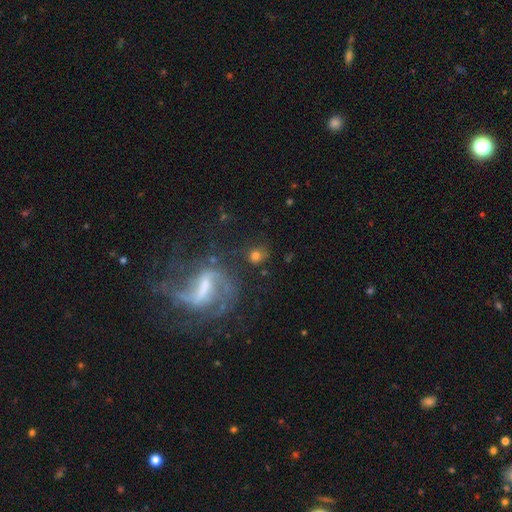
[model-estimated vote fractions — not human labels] smooth-or-featured: smooth: 62% | featured or disk: 23% | star or artifact: 15%
  how-rounded: round: 81% | in between: 17% | cigar-shaped: 2%
  merging: none: 73% | minor disturbance: 12% | major disturbance: 8% | merger: 6%